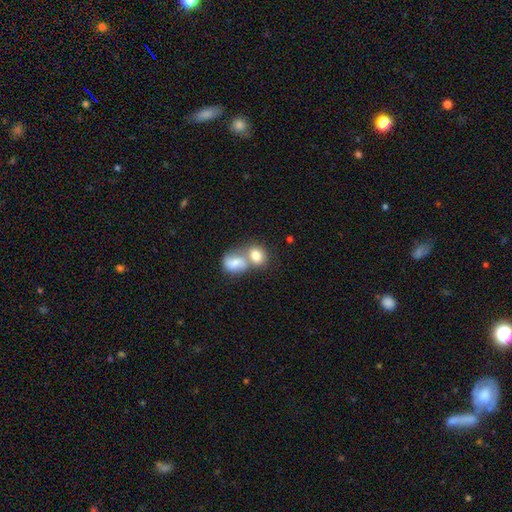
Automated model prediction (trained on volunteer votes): smooth 77%, featured or disk 16%, star or artifact 7%. Down the decision tree: how rounded — in between (53%); merging — merger (64%).